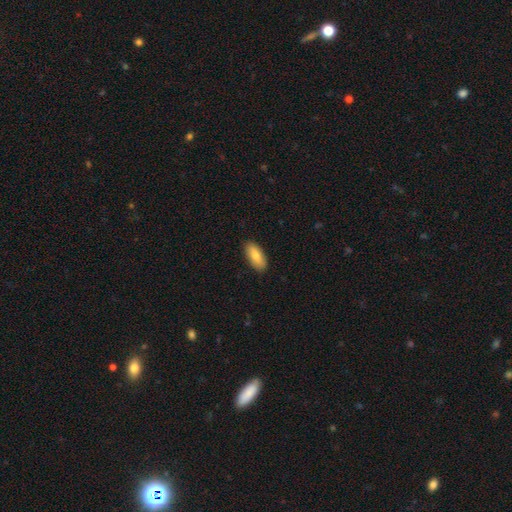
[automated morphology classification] smooth 82%, featured or disk 12%, star or artifact 6%. Down the decision tree: how rounded — in between (87%); merging — none (88%).